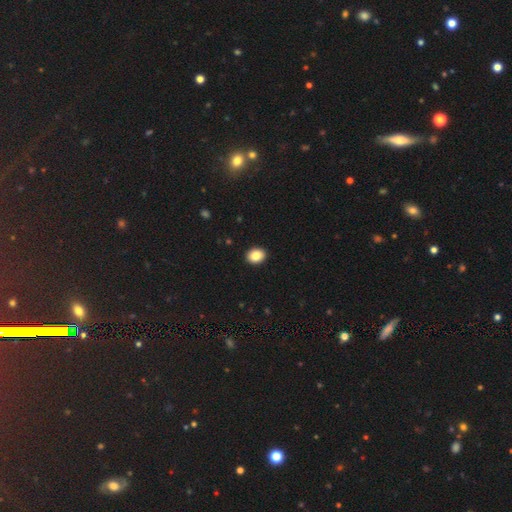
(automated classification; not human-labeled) smooth-or-featured: smooth: 87% | star or artifact: 8% | featured or disk: 4%
  how-rounded: in between: 55% | round: 44% | cigar-shaped: 1%
  merging: none: 92% | minor disturbance: 5% | major disturbance: 1% | merger: 1%